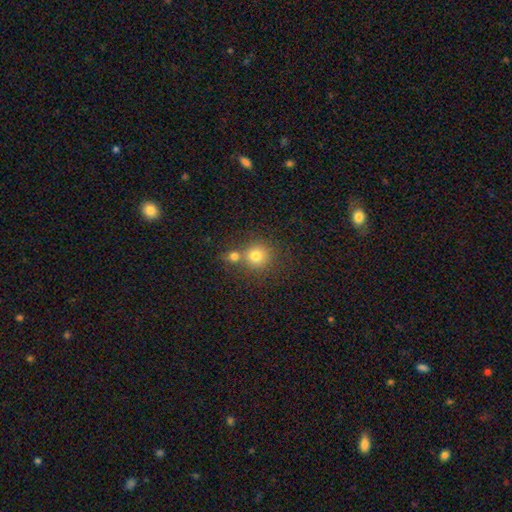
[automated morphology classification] smooth_or_featured: smooth (p=0.77) [alt: star or artifact p=0.14]
how_rounded: round (p=0.89) [alt: in between p=0.10]
merging: none (p=0.54) [alt: merger p=0.36]